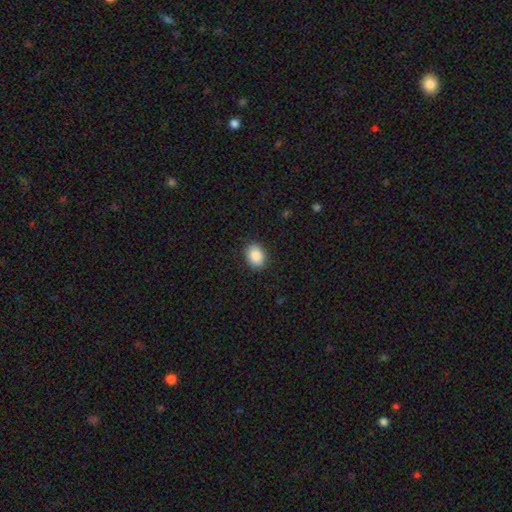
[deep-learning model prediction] The model was most divided on "how rounded": in between: 69%, round: 30%, cigar-shaped: 1%. More confident: merging — none (89%); smooth or featured — smooth (88%).